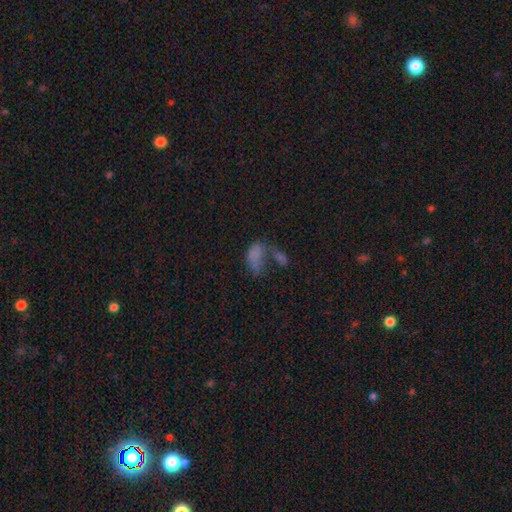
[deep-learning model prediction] Smooth or featured? smooth (67%)
How rounded? in between (89%)
Merging? merger (43%)